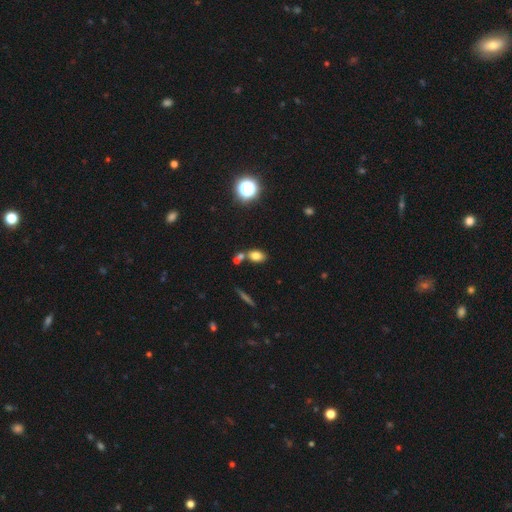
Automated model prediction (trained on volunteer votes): smooth_or_featured: smooth (p=0.74) [alt: star or artifact p=0.15]
how_rounded: in between (p=0.80) [alt: round p=0.17]
merging: none (p=0.58) [alt: merger p=0.27]